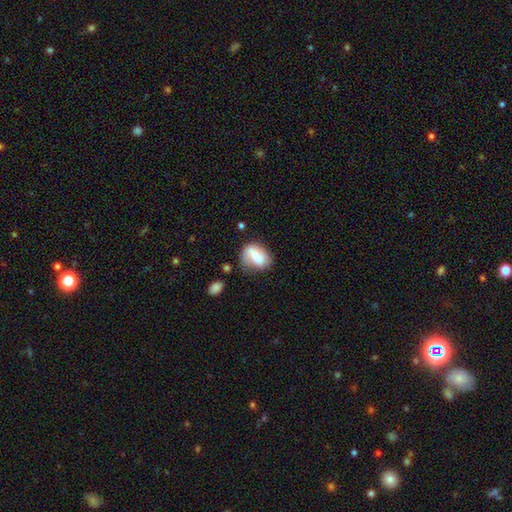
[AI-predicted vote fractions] The model was most divided on "smooth or featured": smooth: 49%, featured or disk: 43%, star or artifact: 8%. More confident: merging — none (55%).